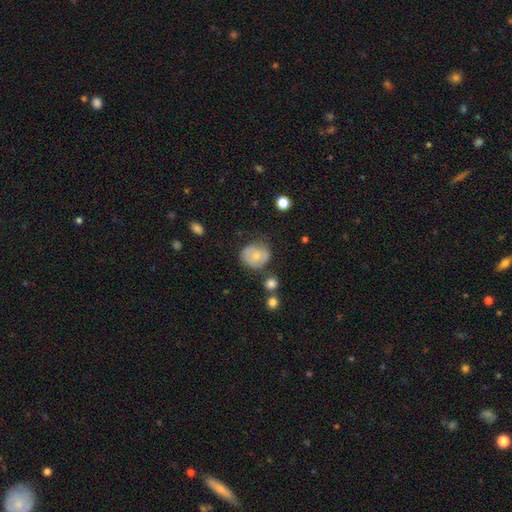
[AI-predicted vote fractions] A smooth galaxy with no disk features (66%) that is round (76%). Merging: none (56%).